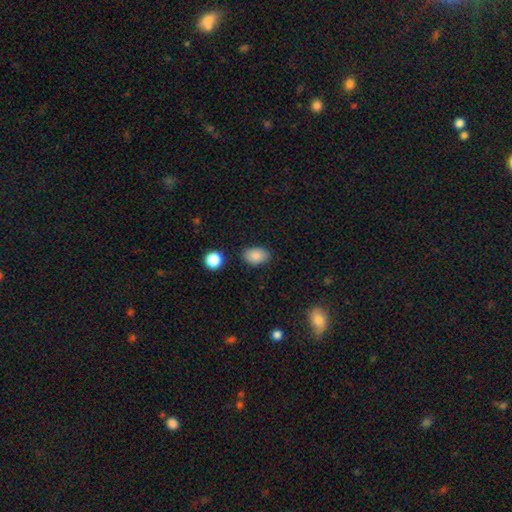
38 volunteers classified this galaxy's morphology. Overall: smooth (84%). How rounded: in between (94%). Merging: none (80%).